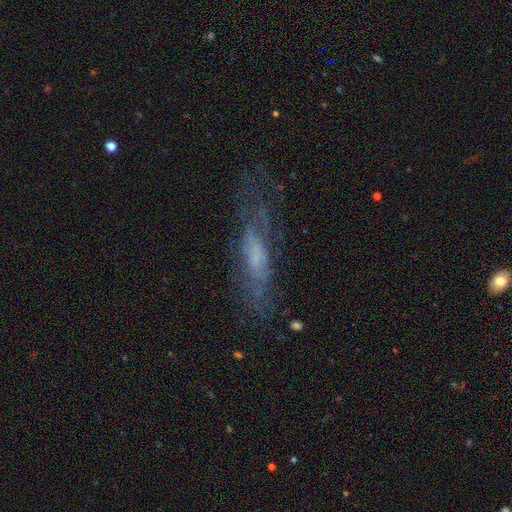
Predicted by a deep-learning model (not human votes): Overall: featured or disk (57%; smooth 32%). Edge-on disk: no (68%; yes 32%). Merging: none (57%; minor disturbance 23%).